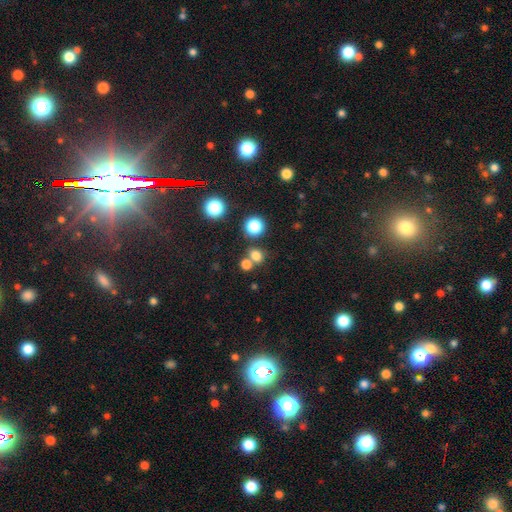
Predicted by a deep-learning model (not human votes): Morphology: type=smooth (73%); roundness=round (66%); merging=none (60%).